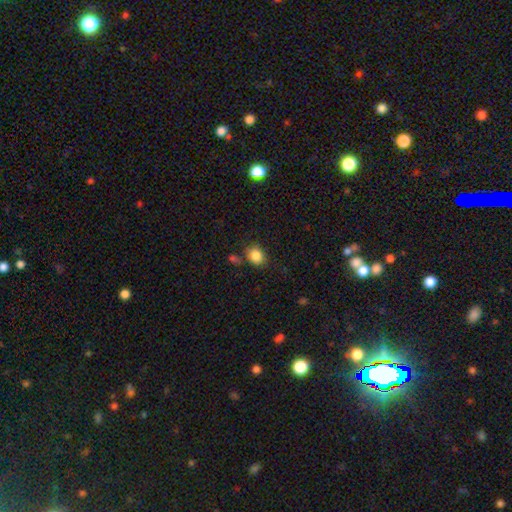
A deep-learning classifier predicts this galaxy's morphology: Smooth or featured? Predicted: smooth (p=0.85). How rounded? Predicted: round (p=0.58). Merging? Predicted: none (p=0.72).